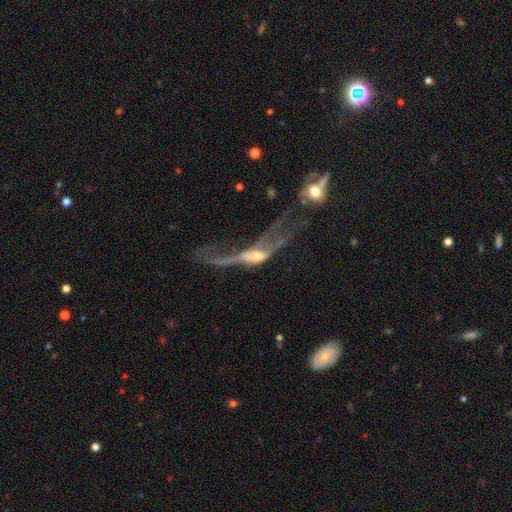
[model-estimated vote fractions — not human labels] Q: Smooth or featured?
A: featured or disk (70%); runner-up: smooth (20%)
Q: Edge-on disk?
A: no (60%); runner-up: yes (40%)
Q: Merging?
A: major disturbance (53%); runner-up: merger (21%)